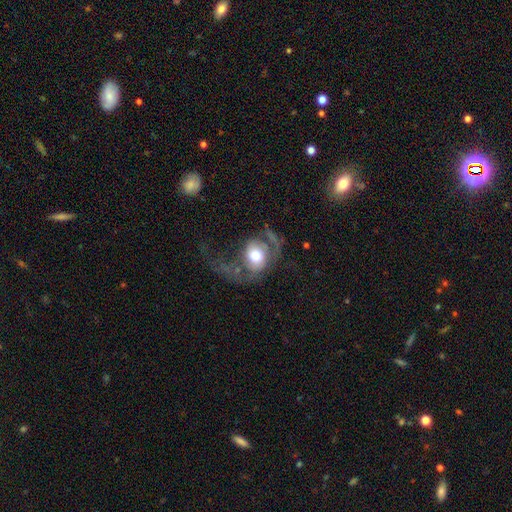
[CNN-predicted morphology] A featured or disk galaxy (52%).

Vote fractions:
- Smooth or featured? featured or disk: 52% / smooth: 41% / star or artifact: 7%
- Edge-on disk? no: 96% / yes: 4%
- Merging? major disturbance: 56% / none: 24% / minor disturbance: 15% / merger: 5%